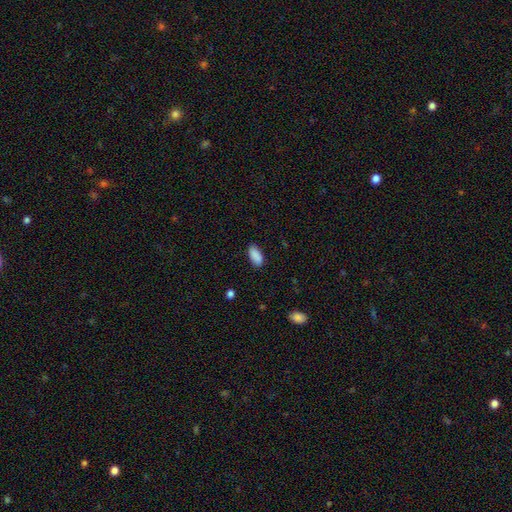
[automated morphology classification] A smooth galaxy with no disk features (89%) that is in between round and cigar-shaped (91%).

Vote fractions:
- Smooth or featured? smooth: 89% / star or artifact: 7% / featured or disk: 4%
- How rounded? in between: 91% / cigar-shaped: 7% / round: 2%
- Merging? none: 84% / minor disturbance: 12% / major disturbance: 3% / merger: 1%